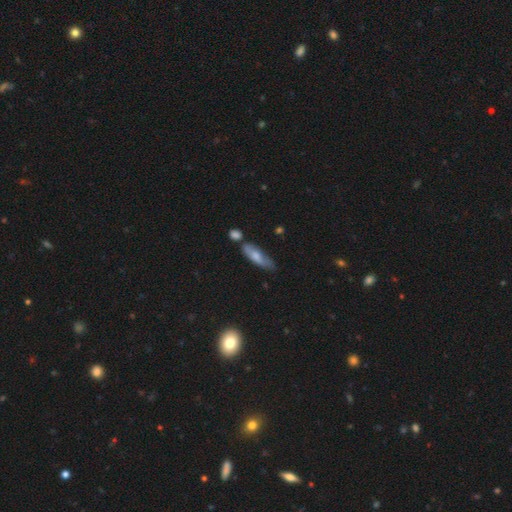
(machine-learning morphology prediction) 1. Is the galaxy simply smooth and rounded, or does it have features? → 64% smooth, 29% featured or disk, 6% star or artifact.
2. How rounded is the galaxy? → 54% cigar-shaped, 44% in between, 2% round.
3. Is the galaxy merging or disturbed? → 56% none, 26% minor disturbance, 11% merger, 7% major disturbance.